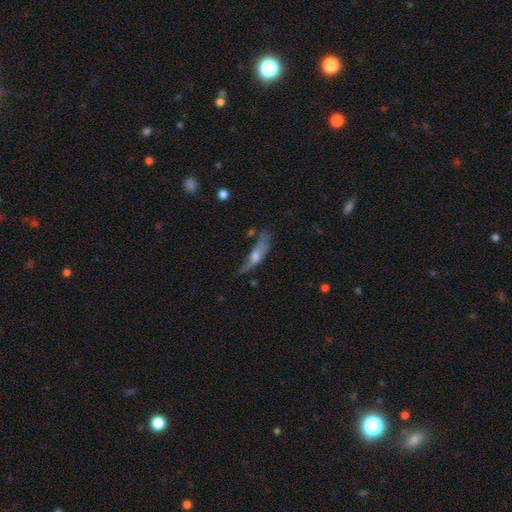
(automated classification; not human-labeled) Q: Smooth or featured?
A: featured or disk (47%); runner-up: smooth (45%)
Q: Merging?
A: none (48%); runner-up: minor disturbance (28%)